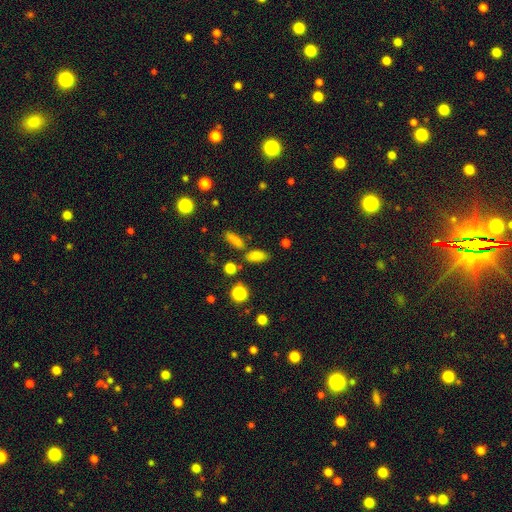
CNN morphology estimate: A smooth galaxy with no disk features (79%) that is in between round and cigar-shaped (79%).

Vote fractions:
- Smooth or featured? smooth: 79% / star or artifact: 14% / featured or disk: 7%
- How rounded? in between: 79% / cigar-shaped: 12% / round: 9%
- Merging? none: 70% / minor disturbance: 14% / merger: 12% / major disturbance: 5%